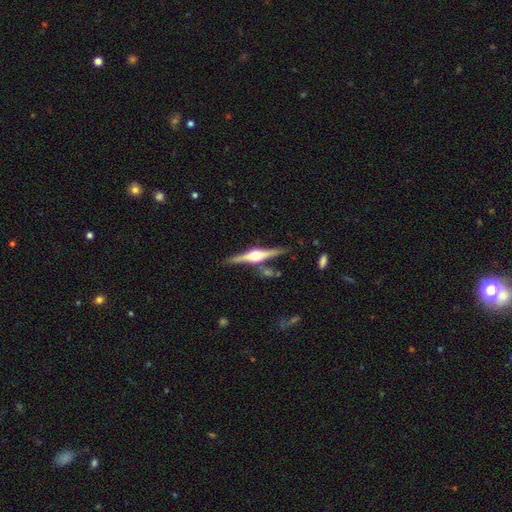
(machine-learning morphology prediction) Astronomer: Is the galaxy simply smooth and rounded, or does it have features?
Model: featured or disk — 83%.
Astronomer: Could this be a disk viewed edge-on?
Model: yes — 98%.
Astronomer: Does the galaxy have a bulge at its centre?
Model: rounded — 95%.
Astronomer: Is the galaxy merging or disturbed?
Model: none — 82%.